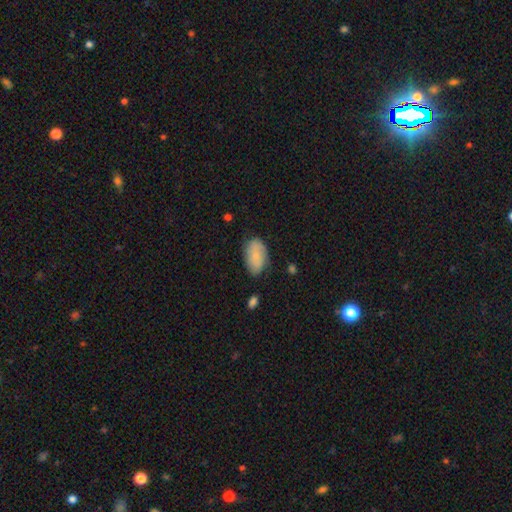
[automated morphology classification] Smooth or featured? smooth (79%)
How rounded? in between (93%)
Merging? none (73%)